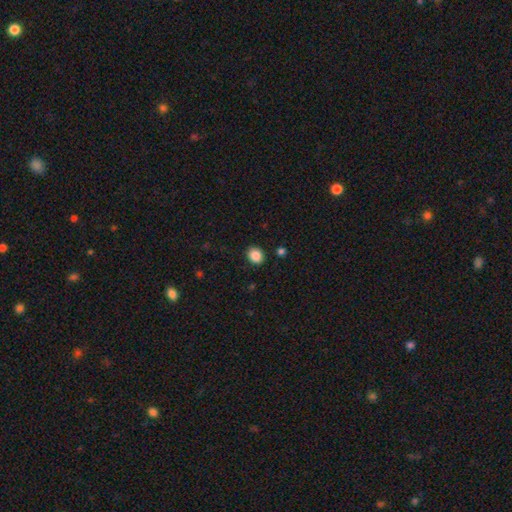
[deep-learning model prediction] smooth_or_featured: smooth (p=0.87) [alt: star or artifact p=0.09]
how_rounded: round (p=0.64) [alt: in between p=0.35]
merging: none (p=0.89) [alt: minor disturbance p=0.07]